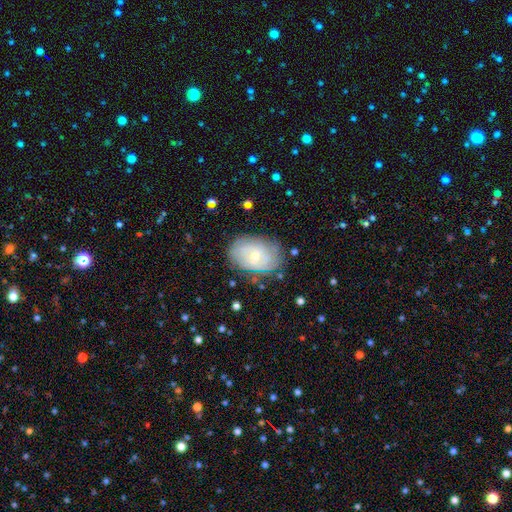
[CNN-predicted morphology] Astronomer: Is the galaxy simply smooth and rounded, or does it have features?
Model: featured or disk — 60%.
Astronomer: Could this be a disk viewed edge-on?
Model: no — 96%.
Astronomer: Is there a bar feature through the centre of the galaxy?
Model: no — 53% (runner-up: weak, 40%).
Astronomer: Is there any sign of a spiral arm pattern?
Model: yes — 80%.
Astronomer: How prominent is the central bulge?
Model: small — 55% (runner-up: moderate, 39%).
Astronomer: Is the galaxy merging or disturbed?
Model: none — 75%.